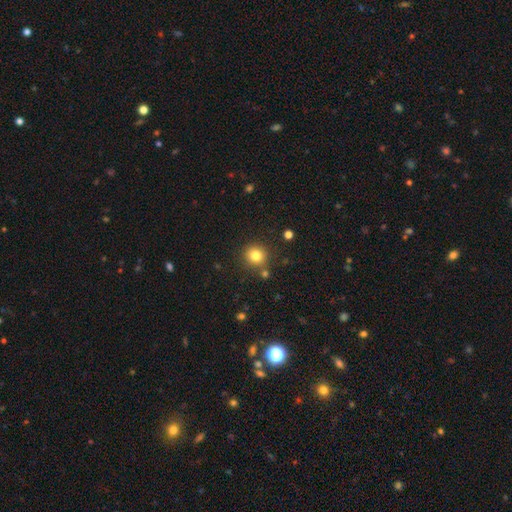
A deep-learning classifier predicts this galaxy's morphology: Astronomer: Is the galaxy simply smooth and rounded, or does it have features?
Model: smooth — 81%.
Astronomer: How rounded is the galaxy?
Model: round — 91%.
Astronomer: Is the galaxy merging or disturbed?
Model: none — 83%.